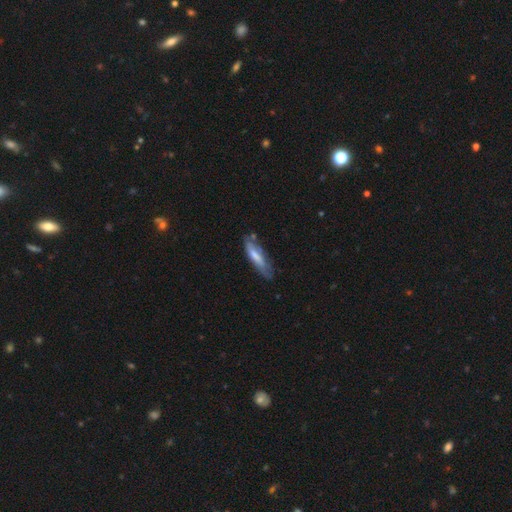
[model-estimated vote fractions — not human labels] A smooth galaxy with no disk features (62%) that is cigar-shaped (68%).

Vote fractions:
- Smooth or featured? smooth: 62% / featured or disk: 32% / star or artifact: 6%
- How rounded? cigar-shaped: 68% / in between: 31% / round: 1%
- Merging? none: 60% / minor disturbance: 27% / major disturbance: 8% / merger: 5%